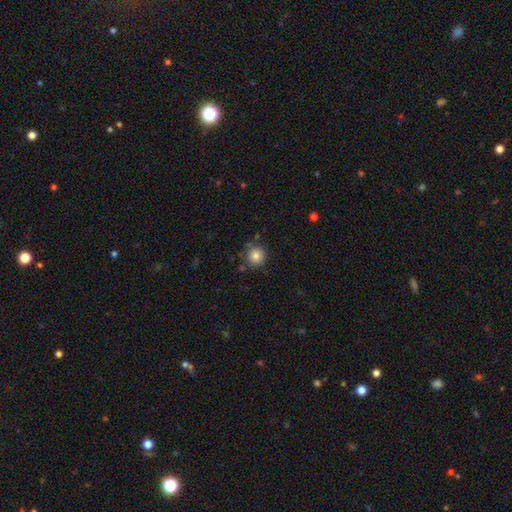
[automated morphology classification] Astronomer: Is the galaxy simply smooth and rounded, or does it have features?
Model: smooth — 82%.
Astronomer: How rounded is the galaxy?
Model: round — 94%.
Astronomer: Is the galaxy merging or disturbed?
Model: none — 83%.